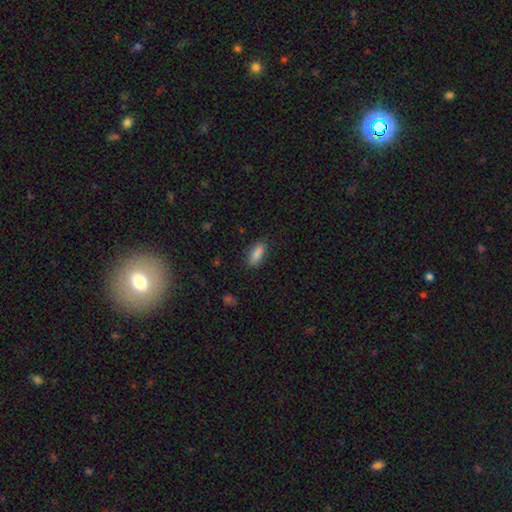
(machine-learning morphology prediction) Smooth or featured? Predicted: smooth (p=0.83). How rounded? Predicted: in between (p=0.80). Merging? Predicted: none (p=0.77).